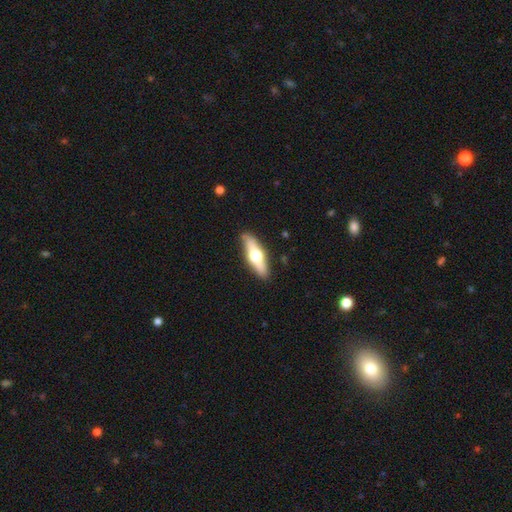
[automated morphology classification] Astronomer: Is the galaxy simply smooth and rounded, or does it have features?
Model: featured or disk — 55% (runner-up: smooth, 40%).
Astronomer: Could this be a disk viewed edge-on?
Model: yes — 90%.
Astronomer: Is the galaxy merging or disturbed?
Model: none — 88%.